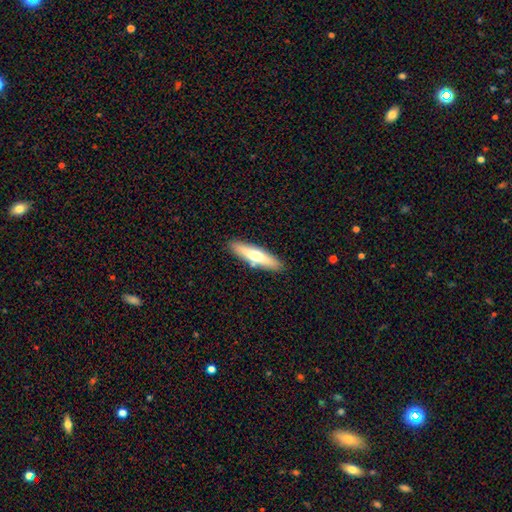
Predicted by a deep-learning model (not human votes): A smooth galaxy with no disk features (54%) that is cigar-shaped (71%).

Vote fractions:
- Smooth or featured? smooth: 54% / featured or disk: 41% / star or artifact: 6%
- How rounded? cigar-shaped: 71% / in between: 27% / round: 2%
- Merging? none: 86% / minor disturbance: 8% / merger: 3% / major disturbance: 2%